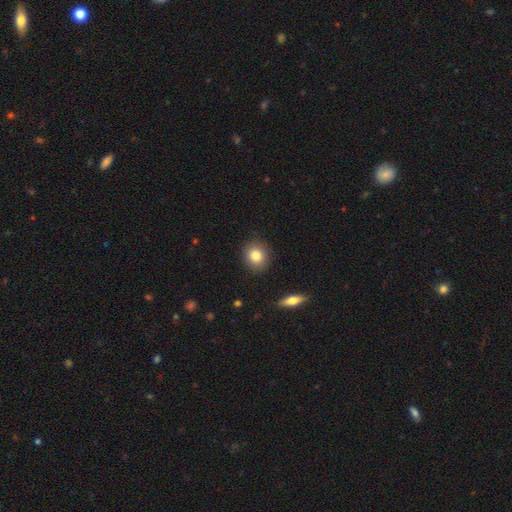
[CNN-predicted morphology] A smooth galaxy with no disk features (83%) that is round (77%). Merging: none (89%).